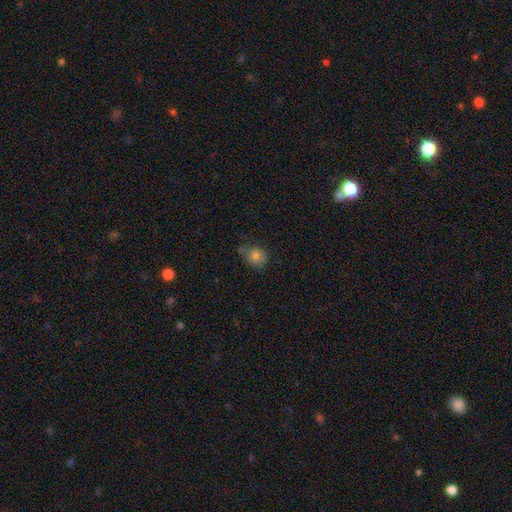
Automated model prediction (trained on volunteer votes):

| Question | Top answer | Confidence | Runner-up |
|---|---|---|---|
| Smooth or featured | smooth | 80% | star or artifact (12%) |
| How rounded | round | 67% | in between (32%) |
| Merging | none | 57% | minor disturbance (31%) |